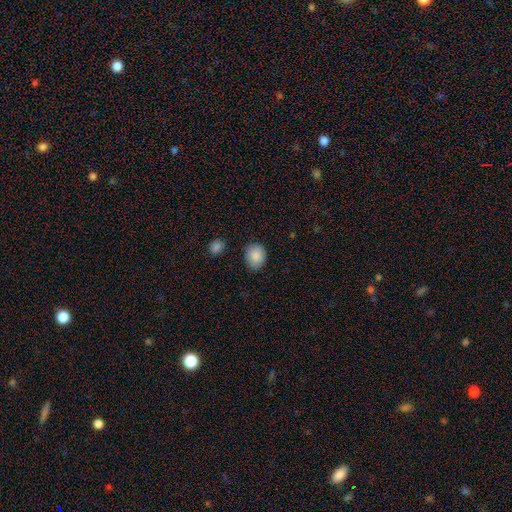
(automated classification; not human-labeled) Smooth or featured: smooth — 89% (star or artifact — 7%)
How rounded: round — 59% (in between — 40%)
Merging: none — 82% (minor disturbance — 13%)